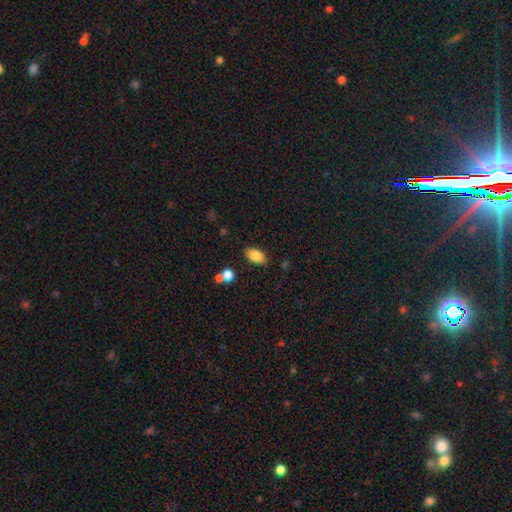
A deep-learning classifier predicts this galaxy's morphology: smooth-or-featured: smooth: 84% | star or artifact: 8% | featured or disk: 8%
  how-rounded: in between: 90% | round: 6% | cigar-shaped: 4%
  merging: none: 82% | minor disturbance: 12% | merger: 3% | major disturbance: 3%